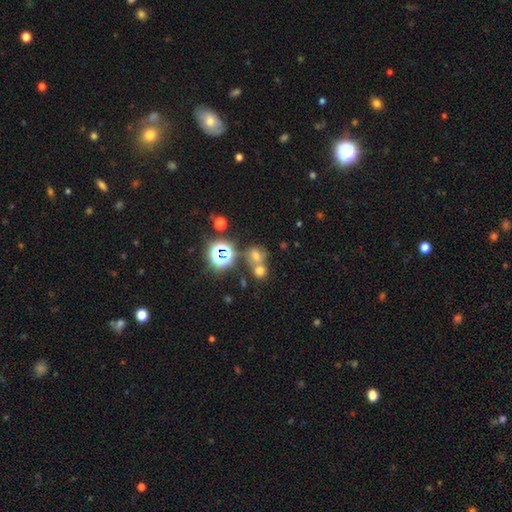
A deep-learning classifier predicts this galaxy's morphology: smooth 56%, star or artifact 33%, featured or disk 12%. Down the decision tree: how rounded — round (69%); merging — none (46%).